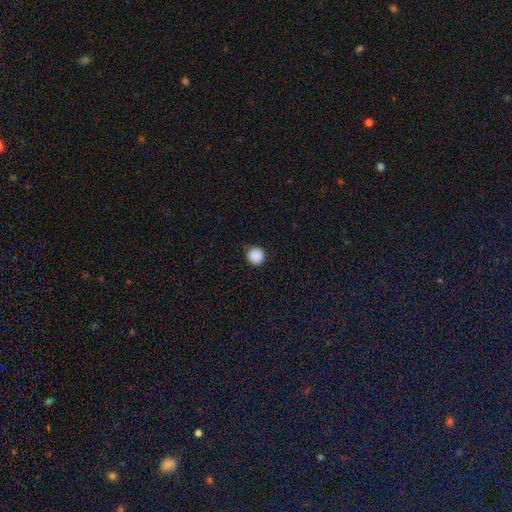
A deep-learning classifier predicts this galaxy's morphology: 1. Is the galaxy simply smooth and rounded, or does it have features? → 89% smooth, 9% star or artifact, 2% featured or disk.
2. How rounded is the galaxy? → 96% round, 3% in between, 1% cigar-shaped.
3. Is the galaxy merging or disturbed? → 90% none, 7% minor disturbance, 2% major disturbance, 1% merger.